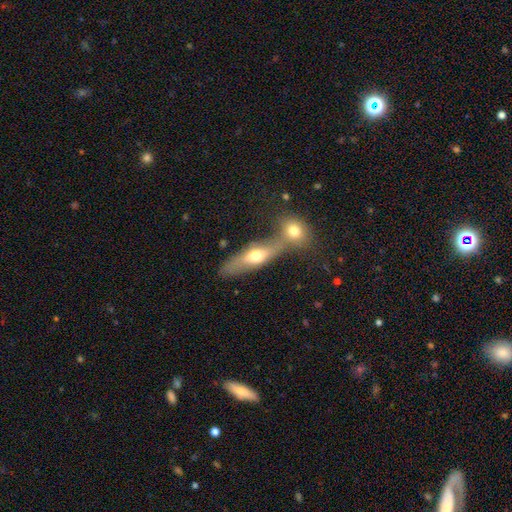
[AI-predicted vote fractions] smooth_or_featured: smooth (p=0.55) [alt: featured or disk p=0.37]
how_rounded: in between (p=0.49) [alt: cigar-shaped p=0.43]
merging: merger (p=0.43) [alt: none p=0.42]